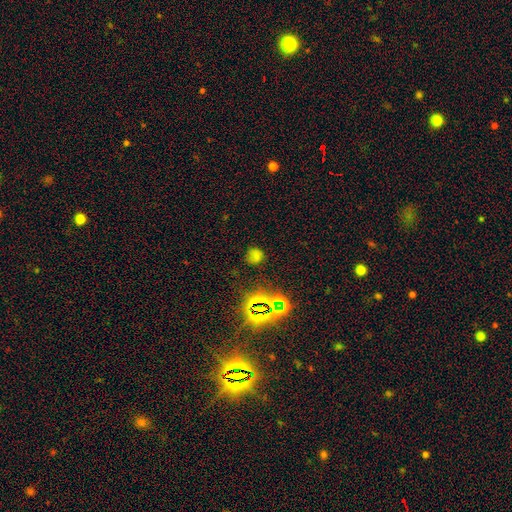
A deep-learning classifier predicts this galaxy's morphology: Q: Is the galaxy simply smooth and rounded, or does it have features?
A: smooth — 55%.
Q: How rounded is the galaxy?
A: round — 78%.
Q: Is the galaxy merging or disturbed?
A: none — 76%.